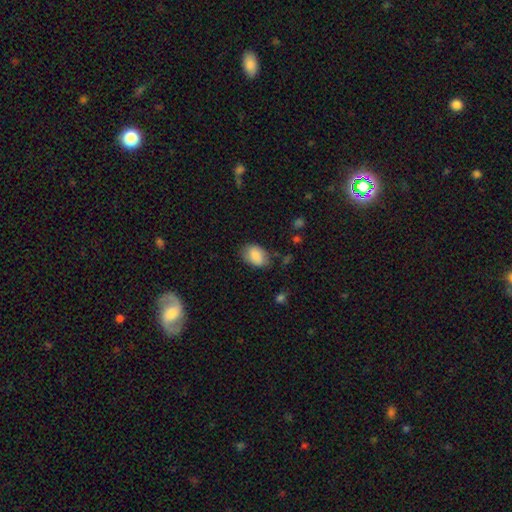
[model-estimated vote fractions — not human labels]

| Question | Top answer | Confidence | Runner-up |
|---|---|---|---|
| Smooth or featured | smooth | 86% | featured or disk (7%) |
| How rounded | in between | 83% | round (15%) |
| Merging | none | 74% | minor disturbance (20%) |